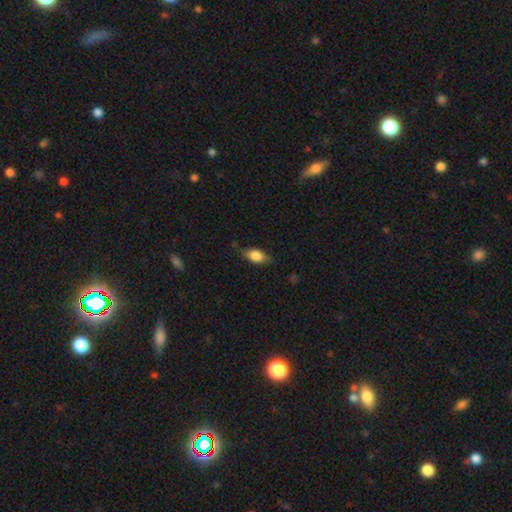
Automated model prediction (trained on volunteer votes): A smooth galaxy with no disk features (77%) that is in between round and cigar-shaped (85%).

Vote fractions:
- Smooth or featured? smooth: 77% / featured or disk: 16% / star or artifact: 8%
- How rounded? in between: 85% / cigar-shaped: 9% / round: 6%
- Merging? none: 74% / minor disturbance: 20% / major disturbance: 4% / merger: 2%